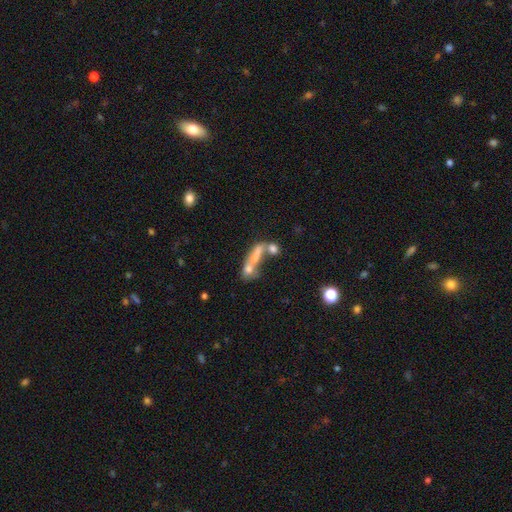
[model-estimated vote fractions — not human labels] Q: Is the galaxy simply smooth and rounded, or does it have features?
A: smooth — 58%.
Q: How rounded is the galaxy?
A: cigar-shaped — 48%.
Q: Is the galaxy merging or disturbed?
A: merger — 57%.